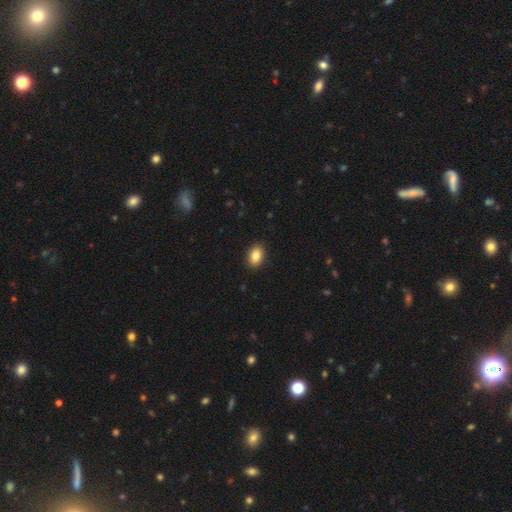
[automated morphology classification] This is clearly a smooth galaxy (86%). How rounded: clearly in between (88%). Merging: clearly none (90%).